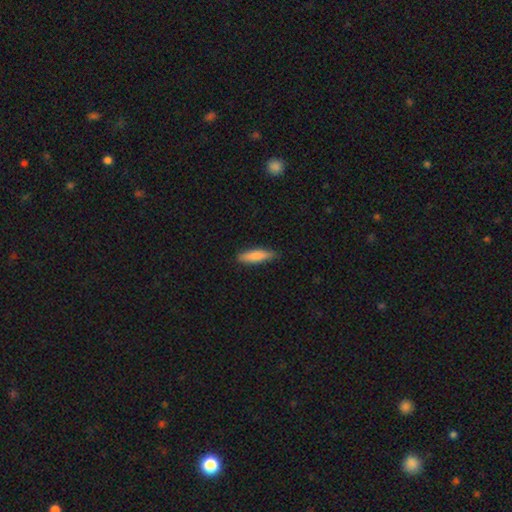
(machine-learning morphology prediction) Smooth or featured?
  - smooth: 83% *
  - featured or disk: 11%
  - star or artifact: 6%
How rounded?
  - cigar-shaped: 71% *
  - in between: 28%
  - round: 2%
Merging?
  - none: 85% *
  - minor disturbance: 12%
  - major disturbance: 2%
  - merger: 1%